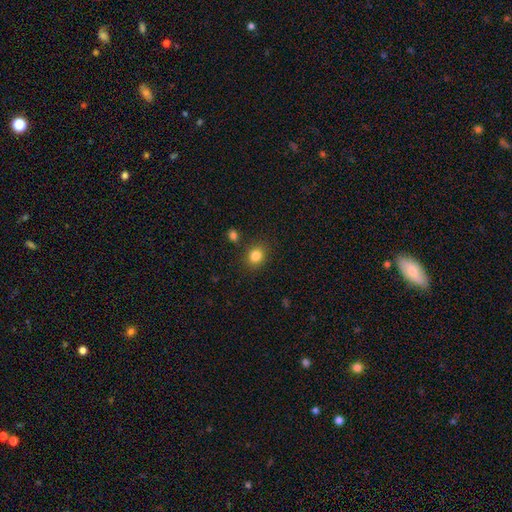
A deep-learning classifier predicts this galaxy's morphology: Overall: smooth (84%). How rounded: round (65%; in between 34%). Merging: none (84%).